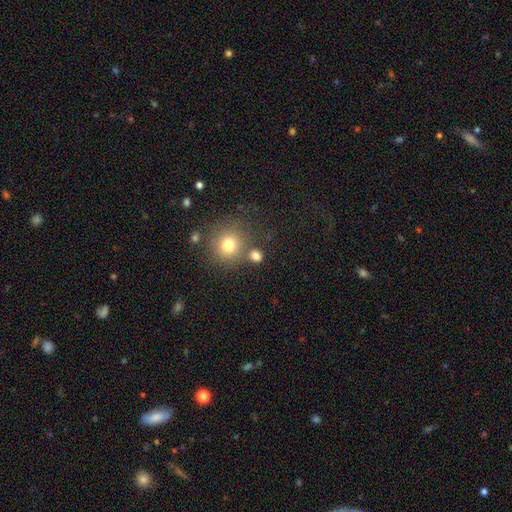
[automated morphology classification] Overall: smooth (78%). How rounded: round (77%). Merging: none (69%).